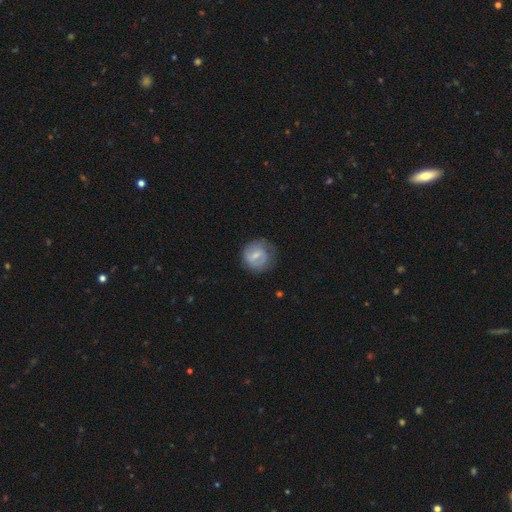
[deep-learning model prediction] This appears to be a featured or disk galaxy (51%). Merging: none (65%).